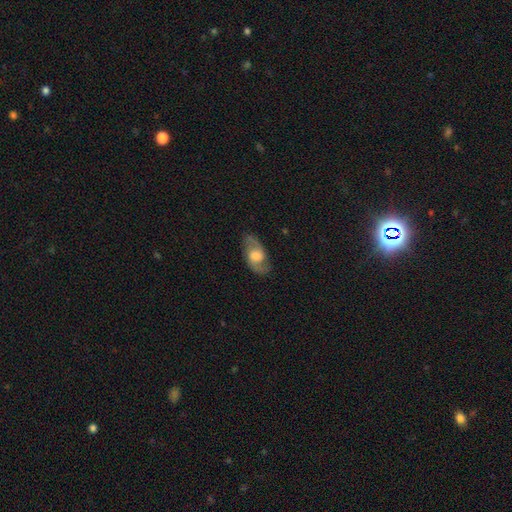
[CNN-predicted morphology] Smooth or featured: featured or disk — 66% (smooth — 28%)
Edge-on disk: no — 91% (yes — 9%)
Bar: no — 56% (weak — 36%)
Spiral arms: yes — 82% (no — 18%)
Bulge size: large — 50% (moderate — 29%)
Merging: none — 79% (minor disturbance — 14%)